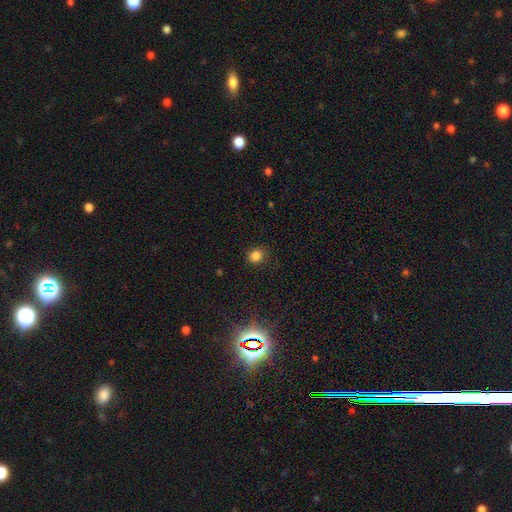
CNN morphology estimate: type=smooth (82%); roundness=round (75%); merging=none (85%).